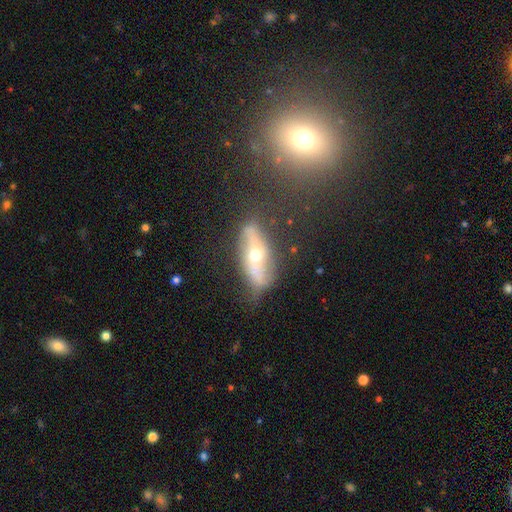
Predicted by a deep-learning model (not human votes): This is likely a featured or disk galaxy (69%). It is possibly not viewed edge-on (60%). Merging: likely none (67%).